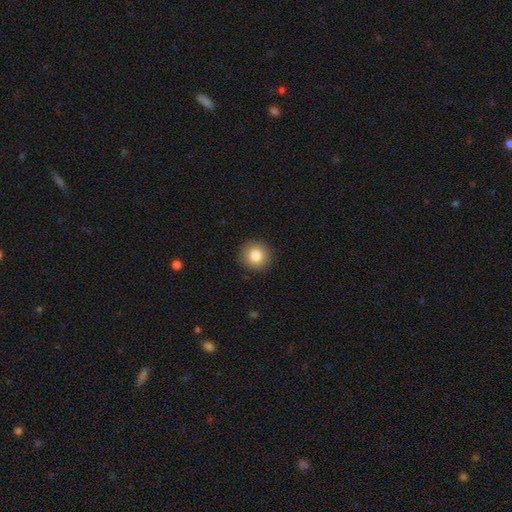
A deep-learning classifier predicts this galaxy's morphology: This appears to be a smooth galaxy with no disk features (82%) that is round (94%). Merging: none (92%).